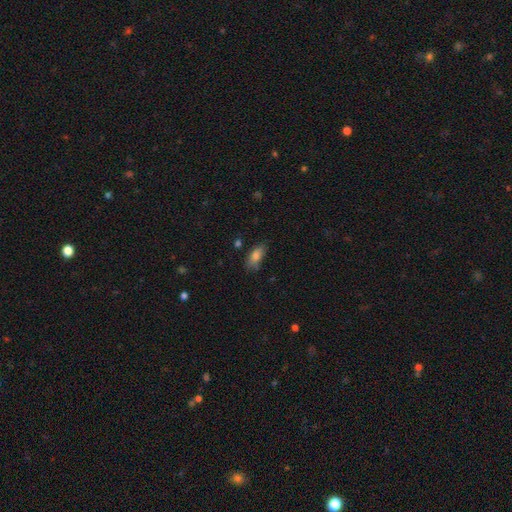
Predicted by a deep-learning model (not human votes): smooth-or-featured: smooth: 80% | featured or disk: 13% | star or artifact: 8%
  how-rounded: in between: 79% | cigar-shaped: 18% | round: 3%
  merging: none: 73% | minor disturbance: 20% | major disturbance: 4% | merger: 3%